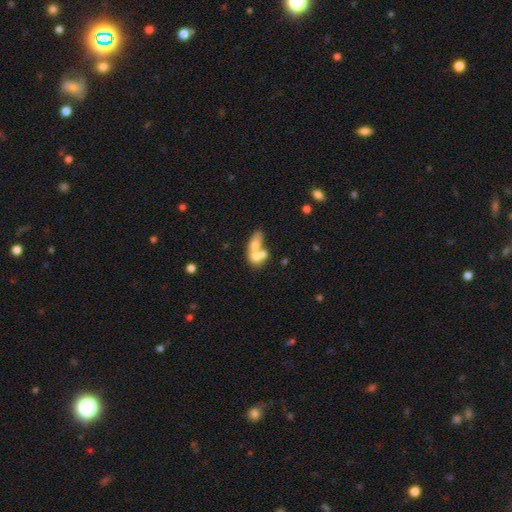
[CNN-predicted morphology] The model was most divided on "smooth or featured": smooth: 56%, featured or disk: 34%, star or artifact: 10%. More confident: merging — merger (67%); how rounded — in between (67%).